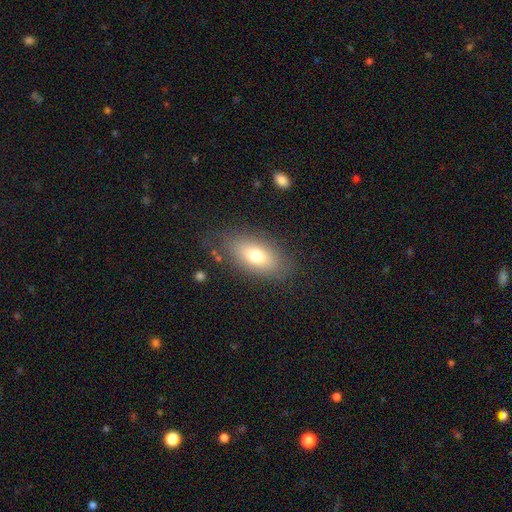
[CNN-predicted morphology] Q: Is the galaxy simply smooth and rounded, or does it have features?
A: smooth — 73%.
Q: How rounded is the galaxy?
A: in between — 87%.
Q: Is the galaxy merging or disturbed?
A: none — 79%.